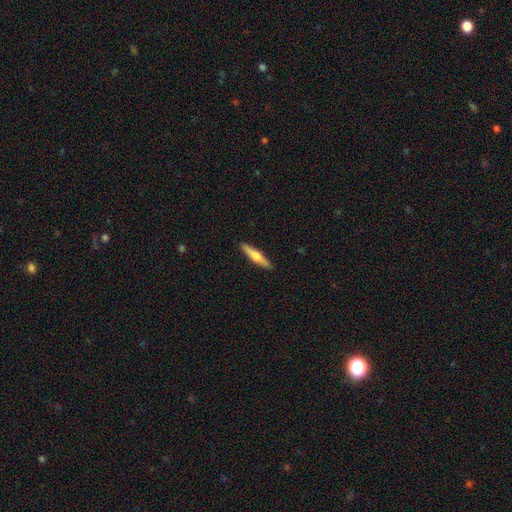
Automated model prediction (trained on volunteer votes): This appears to be a featured or disk galaxy (49%). Merging: none (91%).